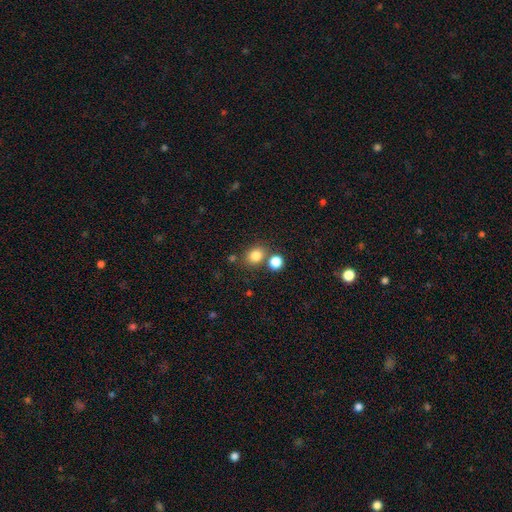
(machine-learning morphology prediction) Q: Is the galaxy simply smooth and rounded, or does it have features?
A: smooth — 82%.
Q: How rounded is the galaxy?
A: round — 65%.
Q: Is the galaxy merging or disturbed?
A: none — 72%.